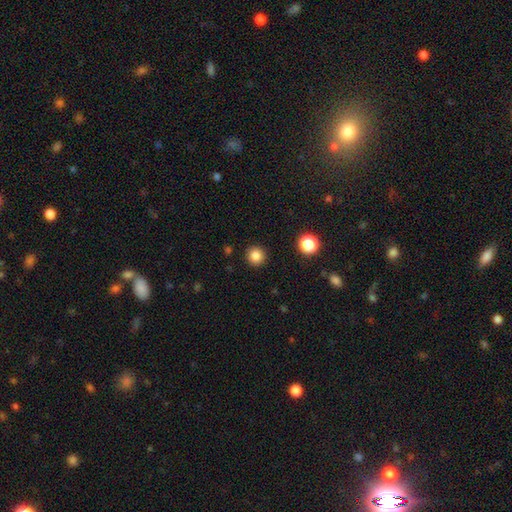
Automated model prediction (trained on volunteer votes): smooth_or_featured: smooth (p=0.84) [alt: star or artifact p=0.12]
how_rounded: round (p=0.95) [alt: in between p=0.04]
merging: none (p=0.92) [alt: minor disturbance p=0.05]